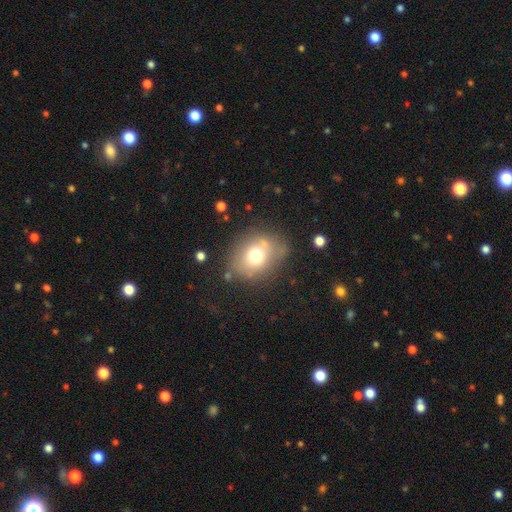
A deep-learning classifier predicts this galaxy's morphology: Smooth or featured?
  - smooth: 68% *
  - featured or disk: 20%
  - star or artifact: 13%
How rounded?
  - round: 54% *
  - in between: 45%
  - cigar-shaped: 1%
Merging?
  - none: 70% *
  - minor disturbance: 17%
  - major disturbance: 7%
  - merger: 6%